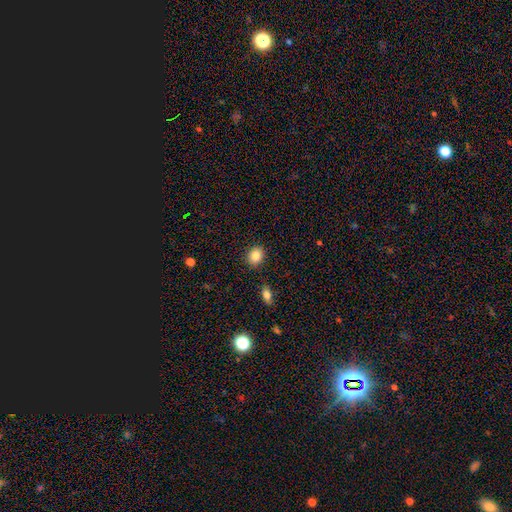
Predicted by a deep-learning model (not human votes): smooth 84%, star or artifact 9%, featured or disk 7%. Down the decision tree: how rounded — round (63%); merging — none (89%).